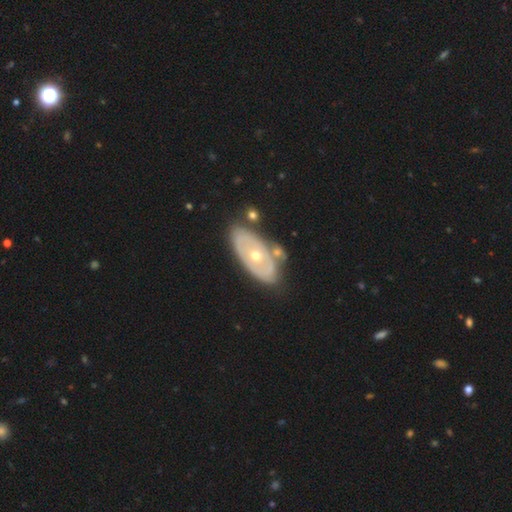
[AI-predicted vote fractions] featured or disk 65%, smooth 30%, star or artifact 5%. Down the decision tree: edge-on disk — no (88%); bar — no (91%); spiral arms — no (79%); bulge size — moderate (62%); merging — none (71%).